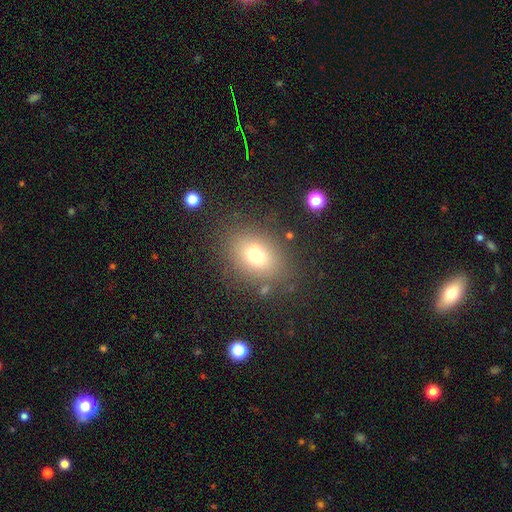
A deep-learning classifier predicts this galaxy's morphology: The model was most divided on "how rounded": in between: 60%, round: 39%, cigar-shaped: 1%. More confident: merging — none (74%); smooth or featured — smooth (70%).